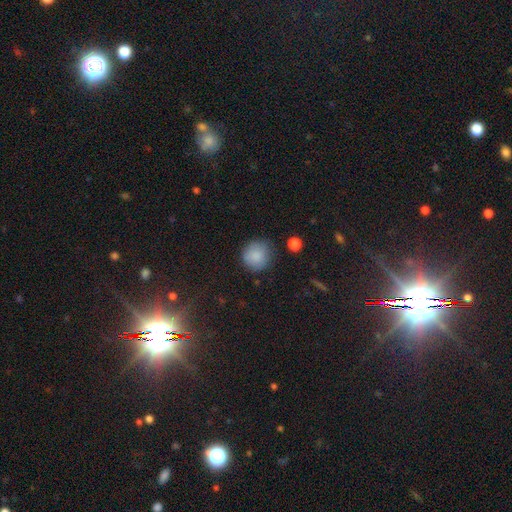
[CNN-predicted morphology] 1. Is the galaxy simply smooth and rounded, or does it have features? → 86% smooth, 9% star or artifact, 5% featured or disk.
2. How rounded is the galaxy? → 90% round, 9% in between, 1% cigar-shaped.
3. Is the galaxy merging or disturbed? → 78% none, 16% minor disturbance, 4% major disturbance, 2% merger.